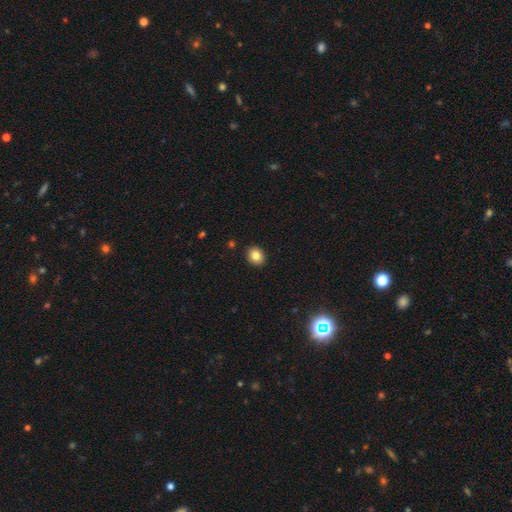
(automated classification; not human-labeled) smooth_or_featured: smooth (p=0.83) [alt: star or artifact p=0.10]
how_rounded: round (p=0.61) [alt: in between p=0.38]
merging: none (p=0.91) [alt: minor disturbance p=0.06]